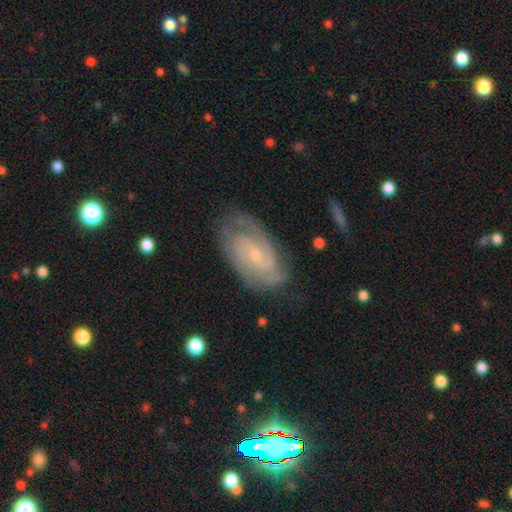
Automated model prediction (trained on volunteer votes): The model was most divided on "spiral arm count": 2: 45%, 3: 22%, can't tell: 18%, 4: 6%, 1: 4%, more than 4: 4%. More confident: spiral arms — yes (97%); edge-on disk — no (96%); smooth or featured — featured or disk (87%); merging — none (75%); bulge size — small (75%); bar — no (62%); spiral winding — tight (61%).